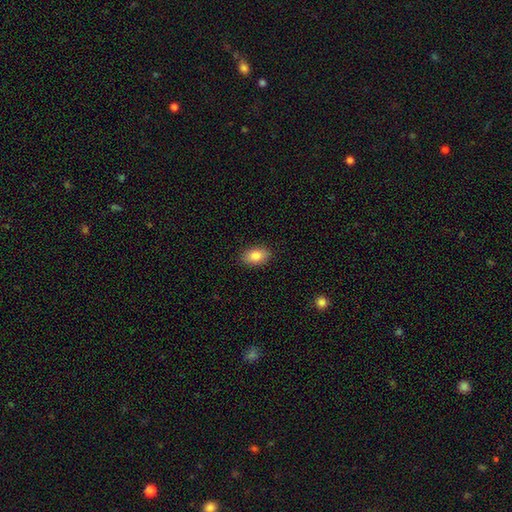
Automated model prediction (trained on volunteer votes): Smooth or featured: smooth — 85% (star or artifact — 8%)
How rounded: in between — 89% (round — 9%)
Merging: none — 89% (minor disturbance — 8%)